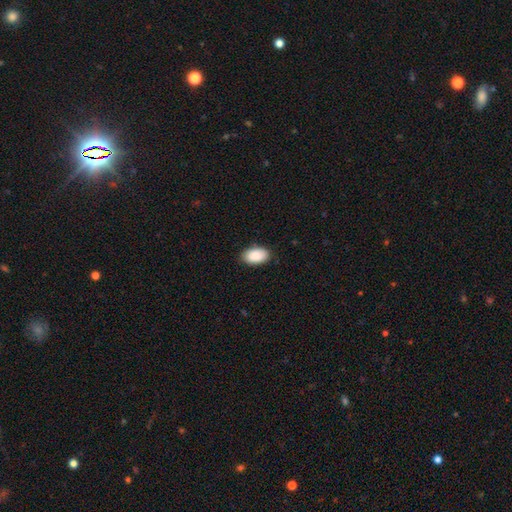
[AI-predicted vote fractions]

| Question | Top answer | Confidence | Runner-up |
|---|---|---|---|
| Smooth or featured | smooth | 89% | star or artifact (6%) |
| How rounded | in between | 94% | round (4%) |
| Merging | none | 85% | minor disturbance (12%) |